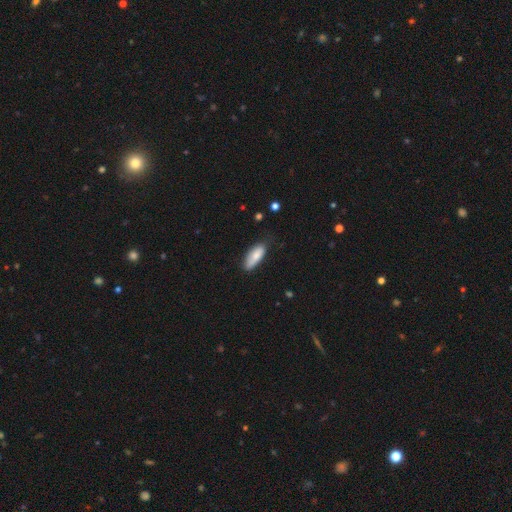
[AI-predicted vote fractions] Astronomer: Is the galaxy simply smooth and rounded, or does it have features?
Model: smooth — 81%.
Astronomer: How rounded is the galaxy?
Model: in between — 74%.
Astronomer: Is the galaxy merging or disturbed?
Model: none — 66%.